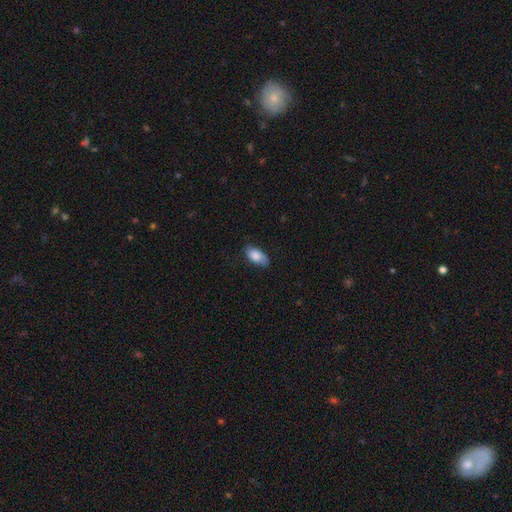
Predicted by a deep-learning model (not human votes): Morphology: type=smooth (76%); roundness=in between (92%); merging=none (72%).